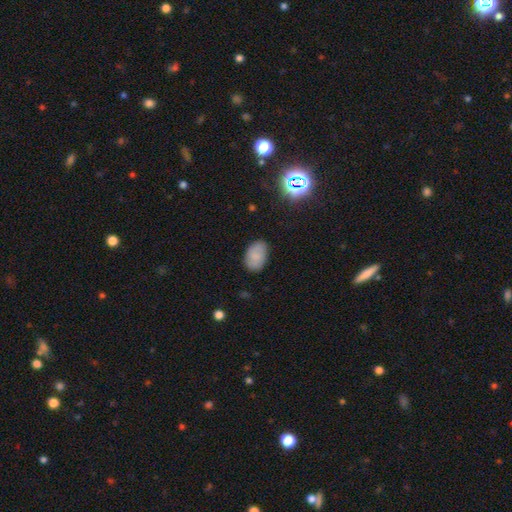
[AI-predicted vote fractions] Q: Smooth or featured?
A: smooth (78%); runner-up: featured or disk (13%)
Q: How rounded?
A: in between (89%); runner-up: round (10%)
Q: Merging?
A: none (79%); runner-up: minor disturbance (16%)